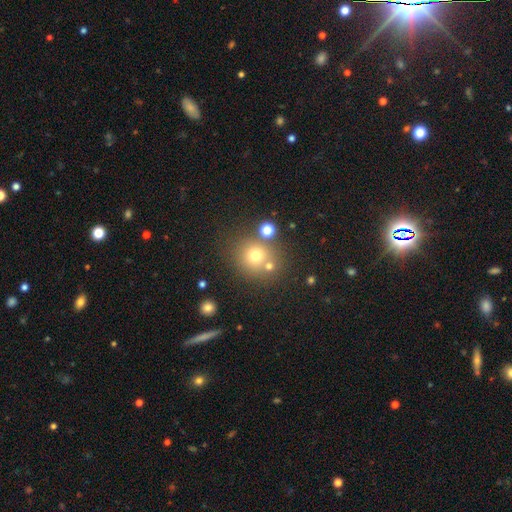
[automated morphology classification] smooth-or-featured: smooth: 70% | star or artifact: 18% | featured or disk: 12%
  how-rounded: round: 87% | in between: 12% | cigar-shaped: 1%
  merging: none: 68% | merger: 18% | minor disturbance: 10% | major disturbance: 4%